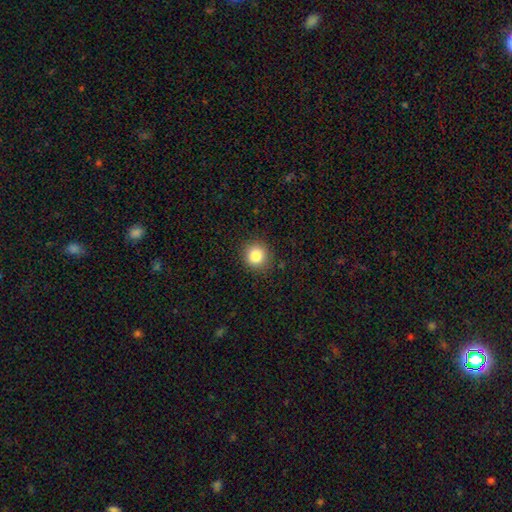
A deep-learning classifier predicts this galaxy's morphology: The model was most divided on "smooth or featured": smooth: 84%, star or artifact: 11%, featured or disk: 5%. More confident: how rounded — round (92%); merging — none (89%).